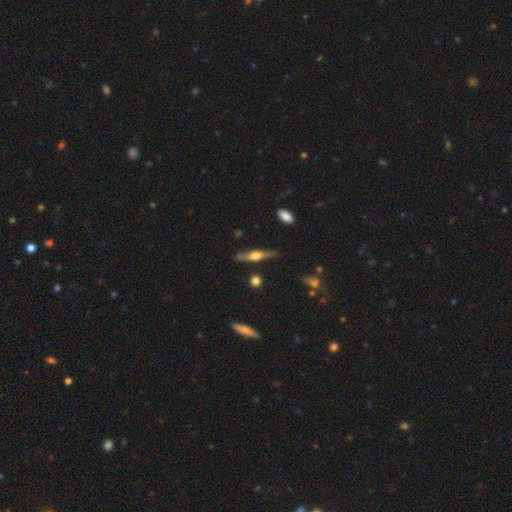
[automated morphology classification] This is likely a featured or disk galaxy (66%). It is clearly viewed edge-on (96%). Edge-on bulge: clearly rounded (92%). Merging: clearly none (81%).